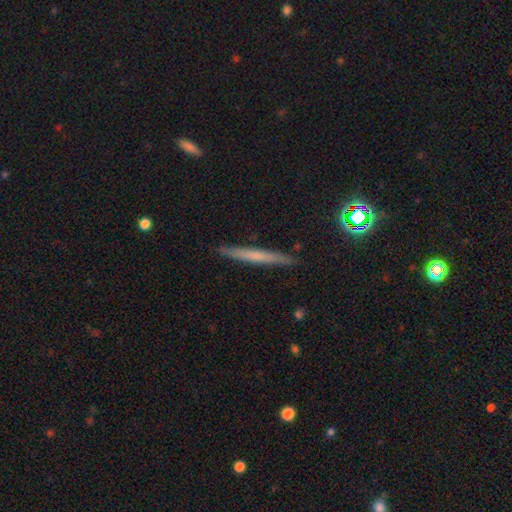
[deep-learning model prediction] The model was most divided on "smooth or featured": smooth: 52%, featured or disk: 40%, star or artifact: 8%. More confident: how rounded — cigar-shaped (96%); merging — none (90%).